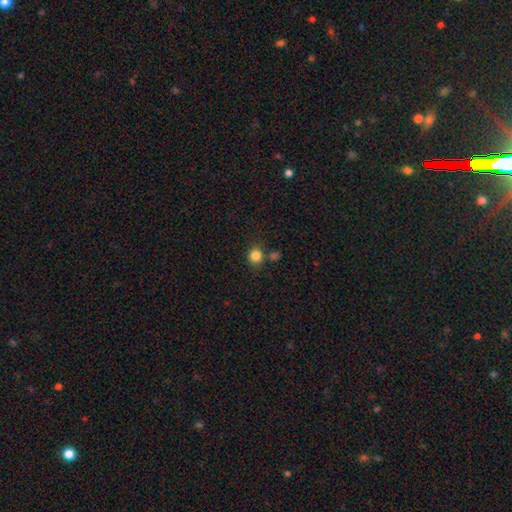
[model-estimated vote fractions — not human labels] A smooth galaxy with no disk features (83%) that is round (85%). Merging: none (75%).